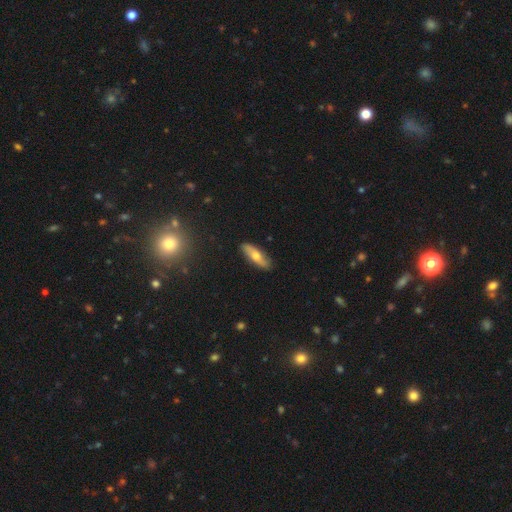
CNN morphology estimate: smooth 57%, featured or disk 37%, star or artifact 7%. Down the decision tree: how rounded — cigar-shaped (50%); merging — none (87%).